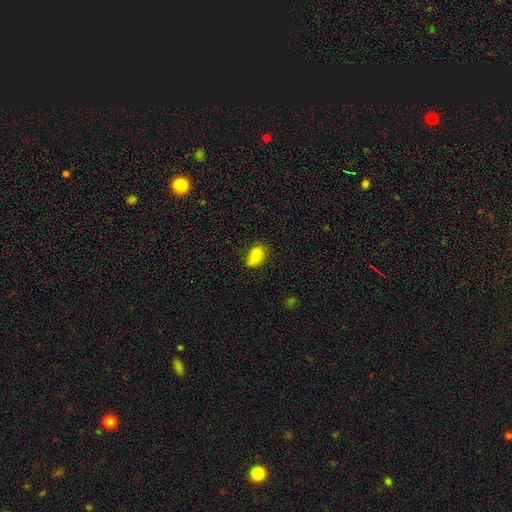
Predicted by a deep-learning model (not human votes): smooth-or-featured: smooth: 81% | featured or disk: 11% | star or artifact: 8%
  how-rounded: in between: 86% | round: 12% | cigar-shaped: 2%
  merging: none: 66% | minor disturbance: 27% | major disturbance: 6% | merger: 1%